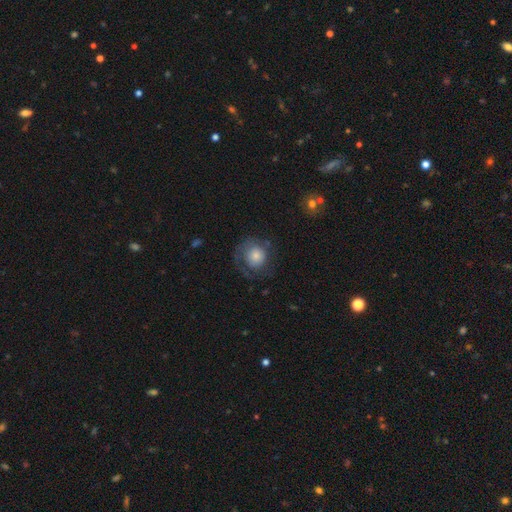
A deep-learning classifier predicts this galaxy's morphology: smooth 62%, featured or disk 30%, star or artifact 8%. Down the decision tree: how rounded — round (84%); merging — none (54%).